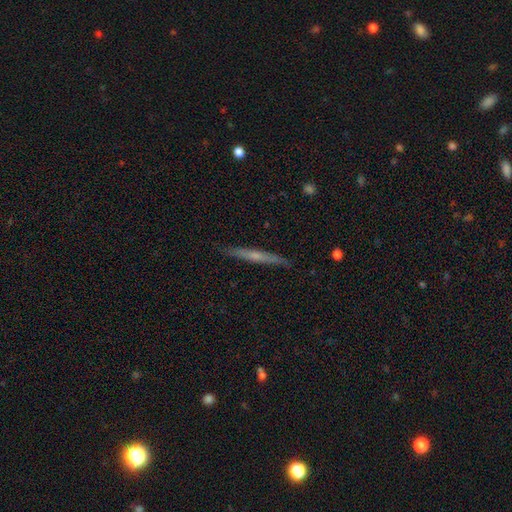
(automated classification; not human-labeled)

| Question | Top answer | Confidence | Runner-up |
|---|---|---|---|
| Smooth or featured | featured or disk | 60% | smooth (33%) |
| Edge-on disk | yes | 97% | no (3%) |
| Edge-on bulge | none | 47% | tied: rounded (47%) |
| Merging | none | 89% | minor disturbance (8%) |